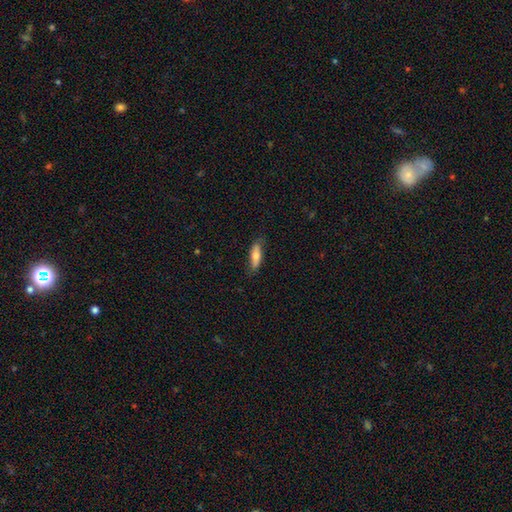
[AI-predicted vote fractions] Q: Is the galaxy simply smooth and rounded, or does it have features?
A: smooth — 69%.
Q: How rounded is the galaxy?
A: cigar-shaped — 50%.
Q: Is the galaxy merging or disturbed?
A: none — 76%.